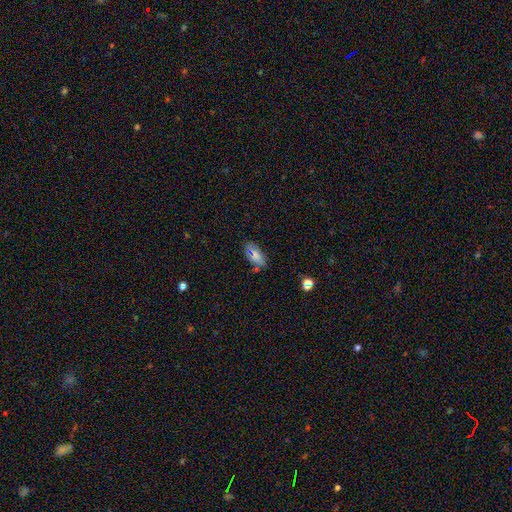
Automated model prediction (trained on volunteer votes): This is likely a smooth galaxy (74%). How rounded: clearly in between (88%). Merging: likely none (71%).